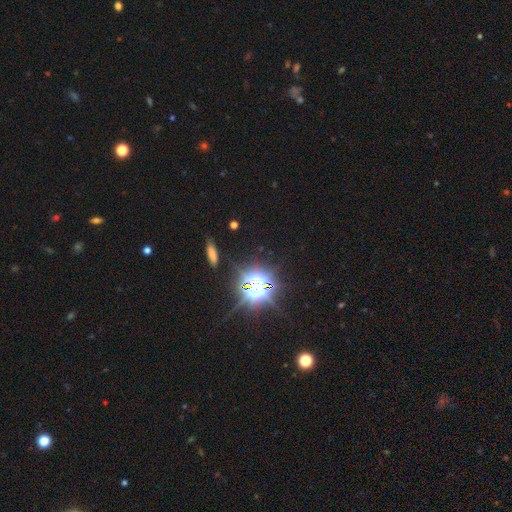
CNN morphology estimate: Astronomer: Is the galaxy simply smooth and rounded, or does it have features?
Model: star or artifact — 84%.